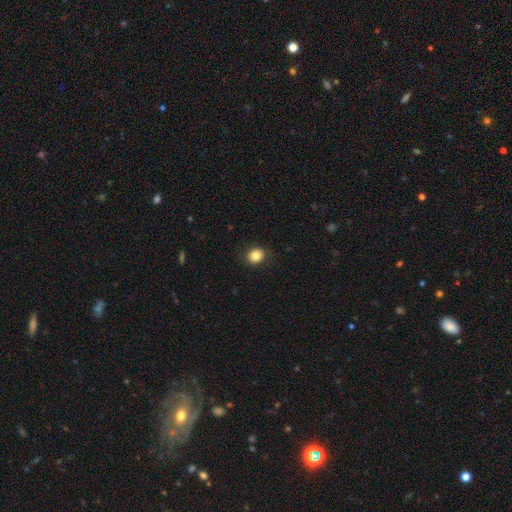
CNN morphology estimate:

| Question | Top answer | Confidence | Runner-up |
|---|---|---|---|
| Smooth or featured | smooth | 84% | star or artifact (10%) |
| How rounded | round | 74% | in between (25%) |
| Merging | none | 87% | minor disturbance (9%) |